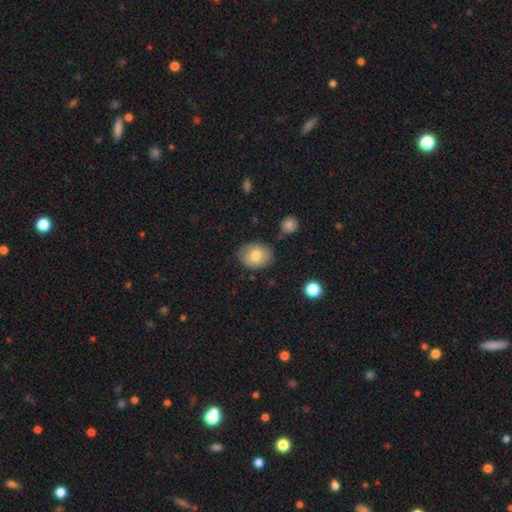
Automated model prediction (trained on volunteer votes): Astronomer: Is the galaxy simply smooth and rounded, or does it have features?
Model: smooth — 74%.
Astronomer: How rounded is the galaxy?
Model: in between — 59% (runner-up: round, 41%).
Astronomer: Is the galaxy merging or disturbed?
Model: none — 78%.